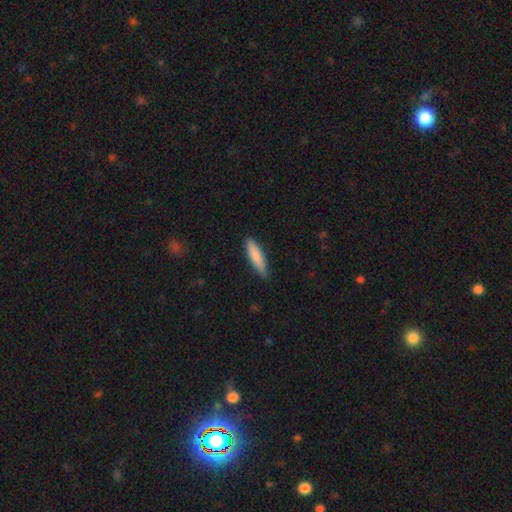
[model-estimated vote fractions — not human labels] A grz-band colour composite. It shows a smooth galaxy with no disk features (84%) that is cigar-shaped (74%). Merging: none (86%).